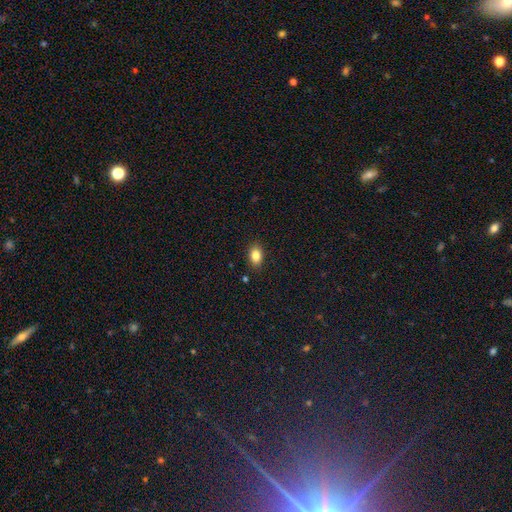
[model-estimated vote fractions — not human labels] Smooth or featured? smooth (84%)
How rounded? in between (80%)
Merging? none (87%)